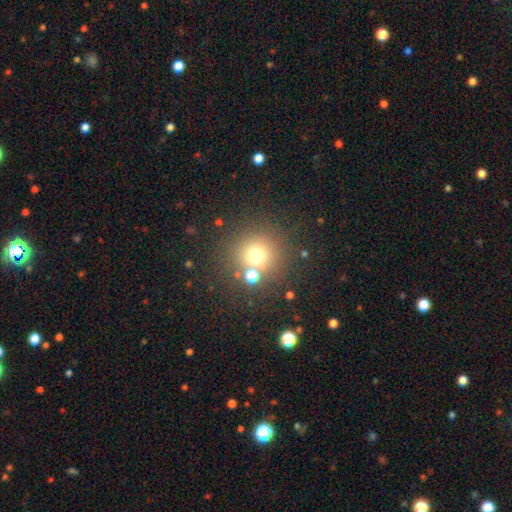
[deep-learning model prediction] Smooth or featured: smooth — 69% (star or artifact — 20%)
How rounded: round — 93% (in between — 6%)
Merging: none — 75% (merger — 12%)